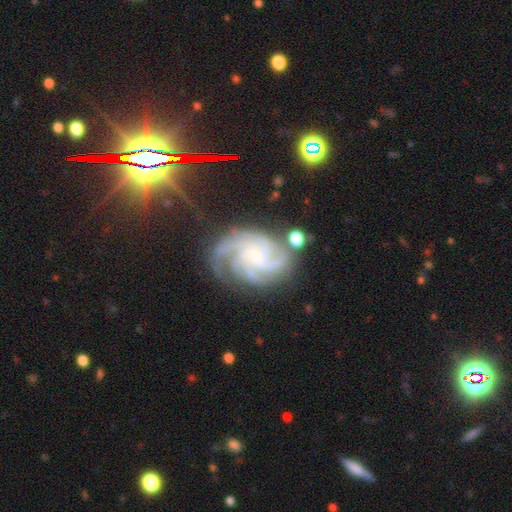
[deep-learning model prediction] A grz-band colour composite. It shows a featured or disk galaxy (88%) with no bar (74%), 4 (45%) tight (60%) spiral arms (98%) and a small central bulge (83%). Merging: none (71%).